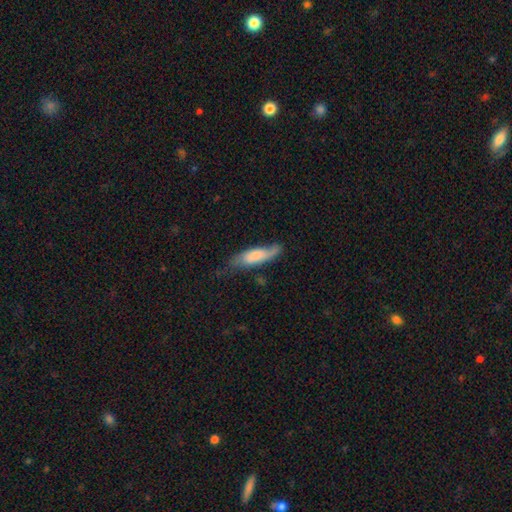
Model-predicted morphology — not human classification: smooth-or-featured: smooth: 62% | featured or disk: 32% | star or artifact: 6%
  how-rounded: cigar-shaped: 56% | in between: 42% | round: 2%
  merging: none: 52% | minor disturbance: 32% | major disturbance: 13% | merger: 3%